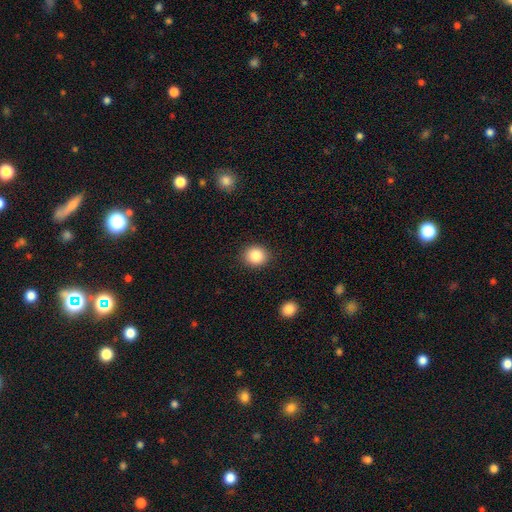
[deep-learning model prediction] Smooth or featured: smooth — 86% (star or artifact — 9%)
How rounded: round — 76% (in between — 24%)
Merging: none — 89% (minor disturbance — 7%)